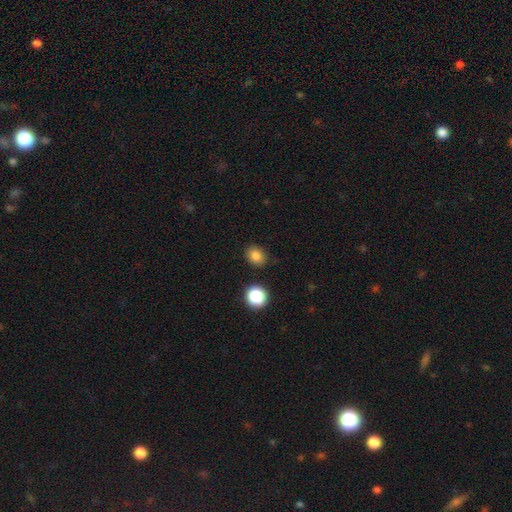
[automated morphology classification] smooth 82%, star or artifact 12%, featured or disk 6%. Down the decision tree: how rounded — round (56%); merging — none (86%).